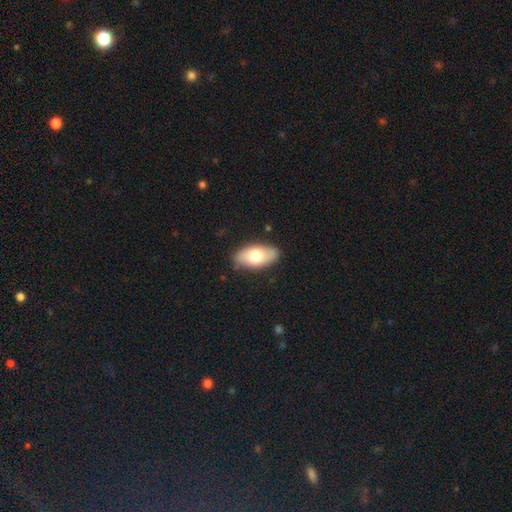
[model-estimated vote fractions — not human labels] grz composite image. It shows a smooth galaxy with no disk features (69%) that is in between round and cigar-shaped (93%). Merging: none (84%).